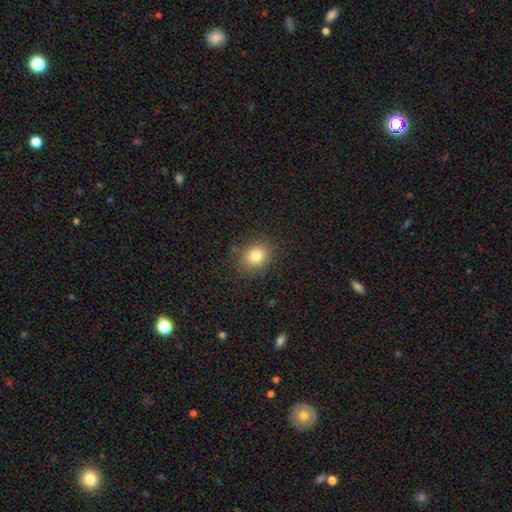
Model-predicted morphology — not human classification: Smooth or featured: smooth — 81% (star or artifact — 12%)
How rounded: round — 62% (in between — 37%)
Merging: none — 85% (minor disturbance — 10%)